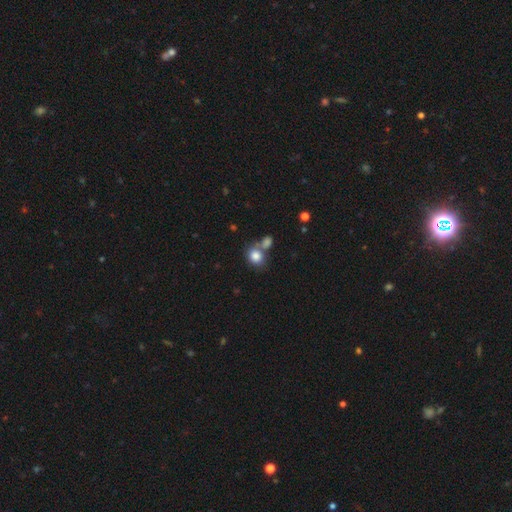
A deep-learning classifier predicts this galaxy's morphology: A smooth galaxy with no disk features (83%) that is round (66%). Merging: none (48%).